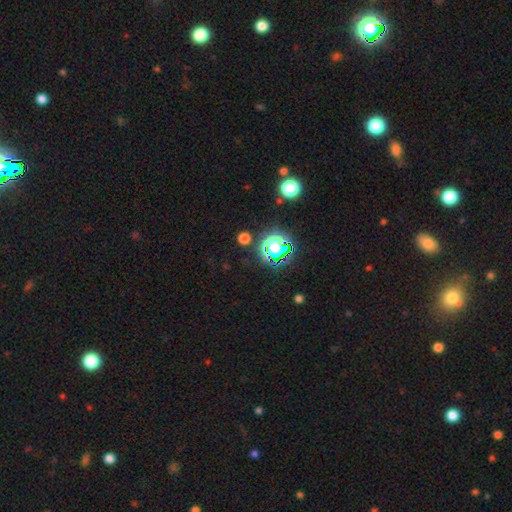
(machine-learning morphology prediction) Smooth or featured?
  - star or artifact: 79% *
  - smooth: 14%
  - featured or disk: 7%